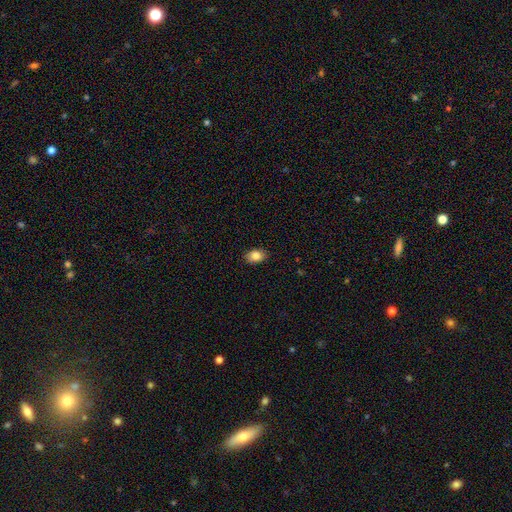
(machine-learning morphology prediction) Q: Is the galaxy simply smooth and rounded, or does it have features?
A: smooth — 85%.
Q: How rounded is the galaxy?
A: in between — 81%.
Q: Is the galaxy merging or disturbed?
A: none — 88%.